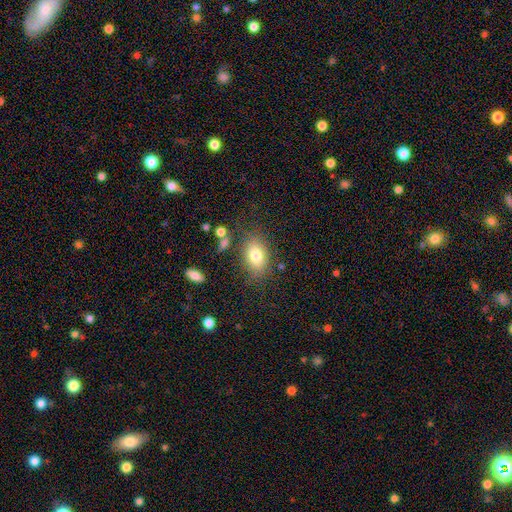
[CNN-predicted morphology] smooth_or_featured: smooth (p=0.78) [alt: featured or disk p=0.12]
how_rounded: in between (p=0.82) [alt: round p=0.16]
merging: none (p=0.76) [alt: minor disturbance p=0.14]